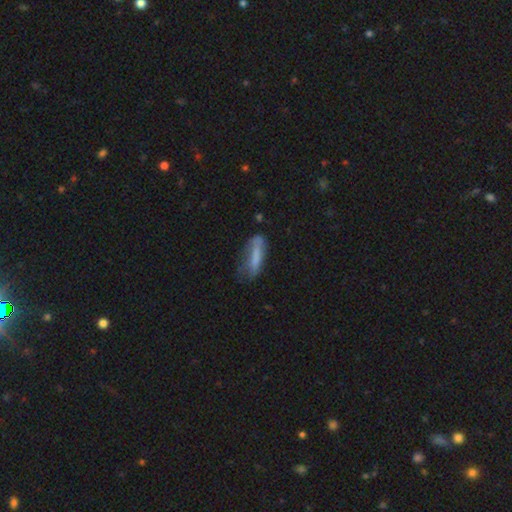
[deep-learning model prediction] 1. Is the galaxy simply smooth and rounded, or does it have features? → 66% smooth, 25% featured or disk, 9% star or artifact.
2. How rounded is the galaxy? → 61% cigar-shaped, 37% in between, 2% round.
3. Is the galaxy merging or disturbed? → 44% none, 32% minor disturbance, 21% major disturbance, 4% merger.